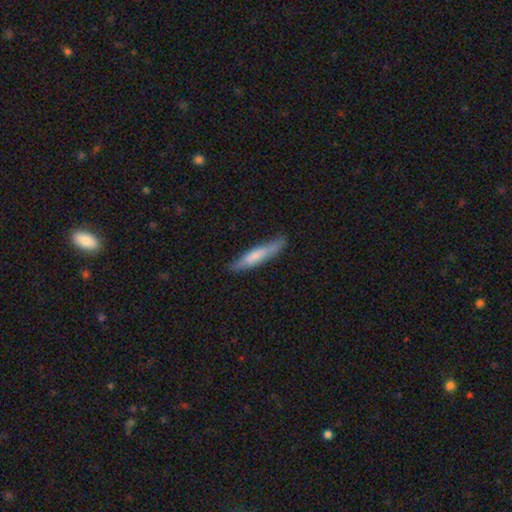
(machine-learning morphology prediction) Smooth or featured? smooth (66%)
How rounded? cigar-shaped (89%)
Merging? none (80%)